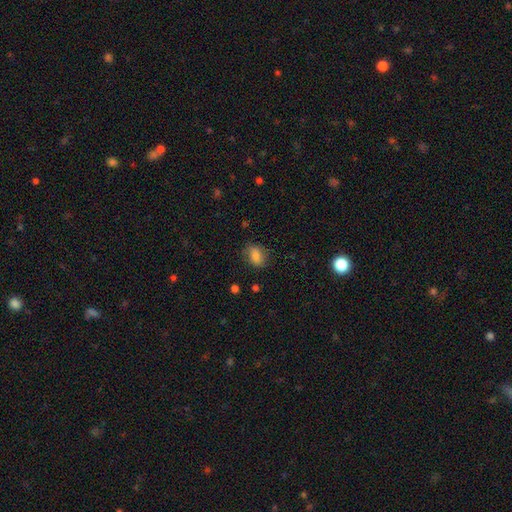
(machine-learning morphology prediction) type=smooth (81%); roundness=in between (70%); merging=none (76%).